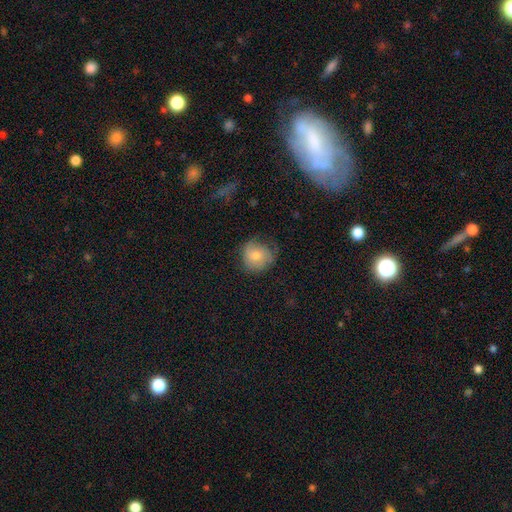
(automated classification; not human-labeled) Smooth or featured? Predicted: smooth (p=0.68). How rounded? Predicted: round (p=0.83). Merging? Predicted: none (p=0.59).